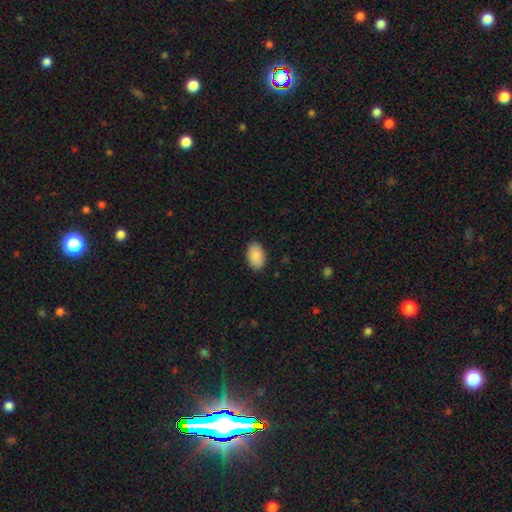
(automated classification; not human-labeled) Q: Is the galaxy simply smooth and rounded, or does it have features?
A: smooth — 90%.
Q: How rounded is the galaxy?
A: in between — 91%.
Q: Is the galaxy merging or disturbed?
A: none — 89%.